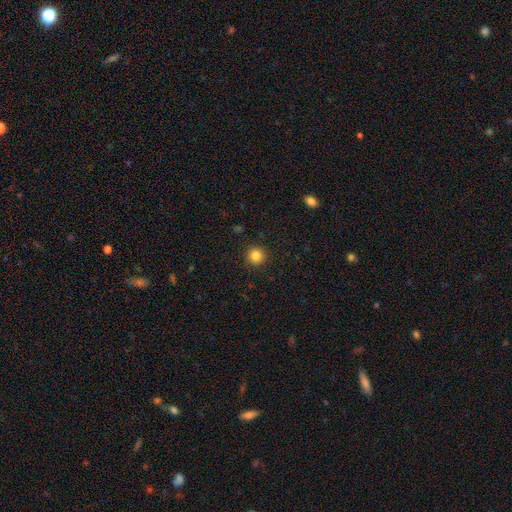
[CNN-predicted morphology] Q: Smooth or featured?
A: smooth (84%); runner-up: star or artifact (12%)
Q: How rounded?
A: round (95%); runner-up: in between (4%)
Q: Merging?
A: none (92%); runner-up: minor disturbance (5%)